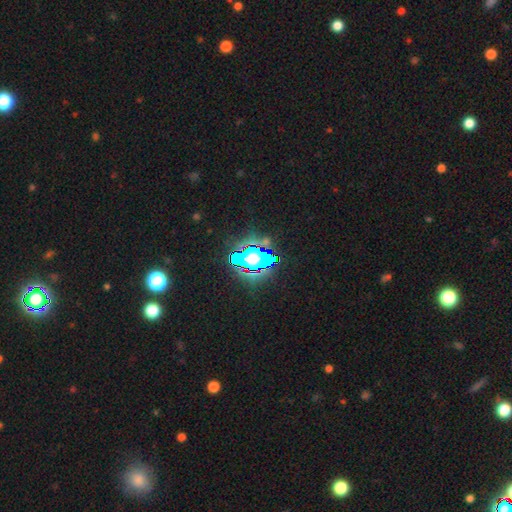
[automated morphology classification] This is likely a star or artifact rather than a galaxy (77%).